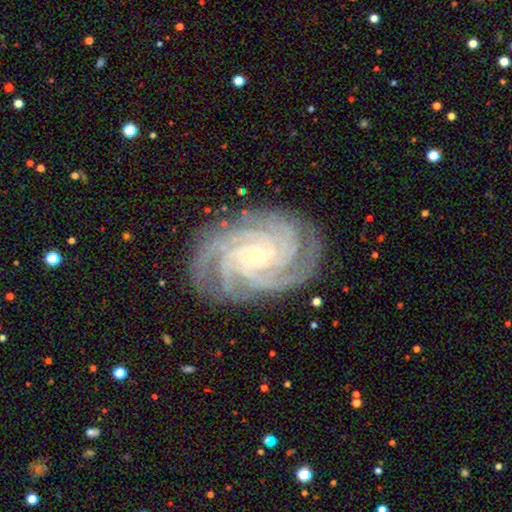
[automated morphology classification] smooth_or_featured: featured or disk (p=0.92) [alt: star or artifact p=0.05]
disk_edge_on: no (p=0.98) [alt: yes p=0.02]
bar: no (p=0.72) [alt: weak p=0.19]
has_spiral_arms: yes (p=0.99) [alt: no p=0.01]
spiral_winding: tight (p=0.80) [alt: medium p=0.17]
spiral_arm_count: 4 (p=0.41) [alt: more than 4 p=0.23]
bulge_size: small (p=0.87) [alt: moderate p=0.10]
merging: none (p=0.83) [alt: minor disturbance p=0.13]